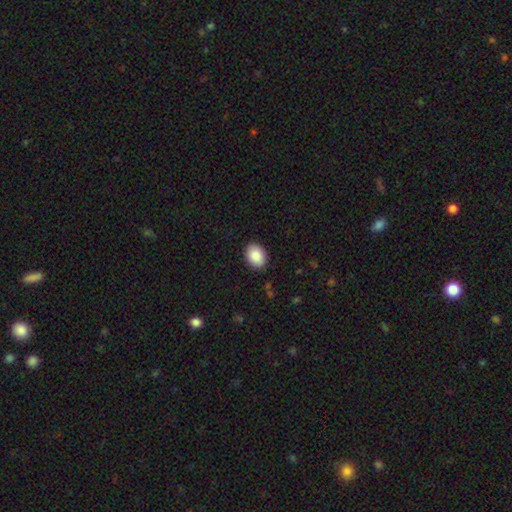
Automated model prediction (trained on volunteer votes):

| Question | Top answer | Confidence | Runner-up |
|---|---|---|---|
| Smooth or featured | smooth | 89% | star or artifact (7%) |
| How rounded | in between | 74% | round (25%) |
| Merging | none | 89% | minor disturbance (8%) |